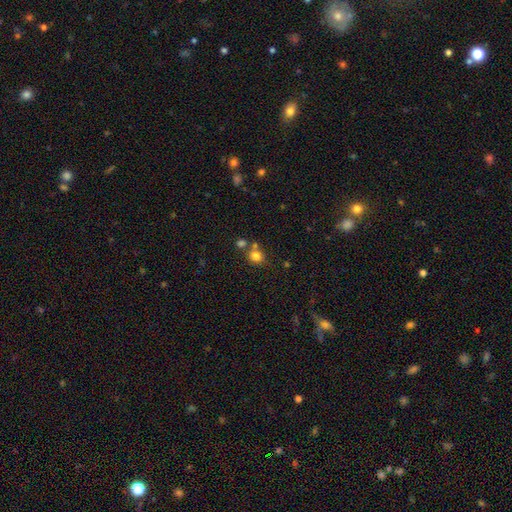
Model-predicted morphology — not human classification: This appears to be a smooth galaxy with no disk features (79%) that is round (76%). Merging: none (60%).